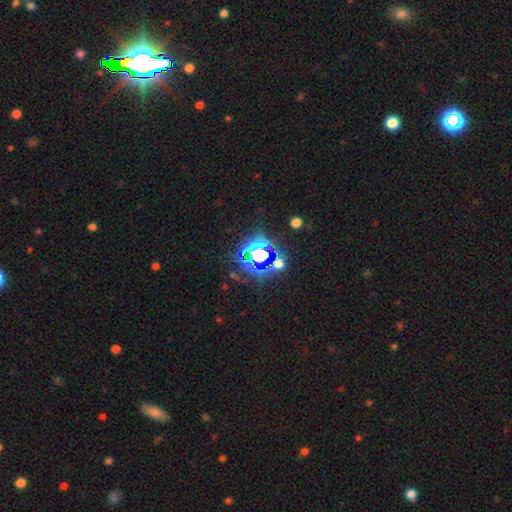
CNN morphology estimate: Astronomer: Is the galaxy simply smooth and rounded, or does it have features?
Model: star or artifact — 72%.